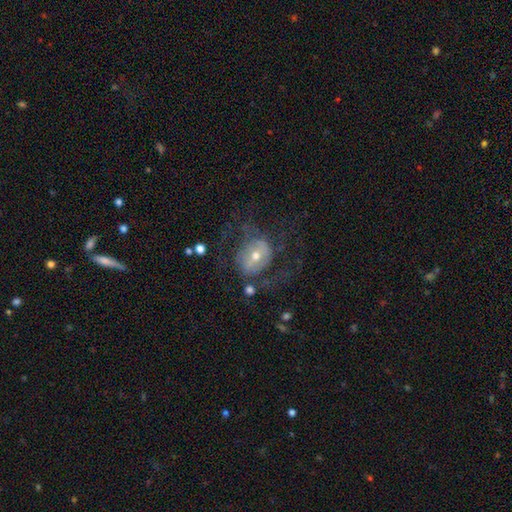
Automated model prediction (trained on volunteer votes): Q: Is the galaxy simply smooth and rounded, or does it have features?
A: featured or disk — 65%.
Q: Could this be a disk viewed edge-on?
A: no — 95%.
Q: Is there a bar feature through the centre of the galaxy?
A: no — 49%.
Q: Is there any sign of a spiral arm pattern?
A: yes — 62%.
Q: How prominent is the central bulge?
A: moderate — 50%.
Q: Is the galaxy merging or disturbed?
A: none — 49%.